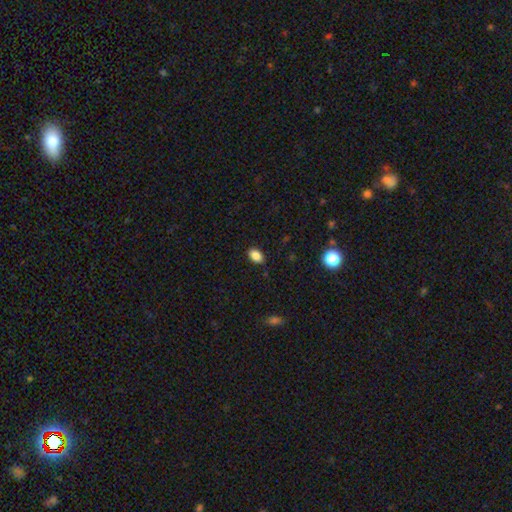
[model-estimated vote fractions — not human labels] Morphology: type=smooth (86%); roundness=in between (86%); merging=none (86%).